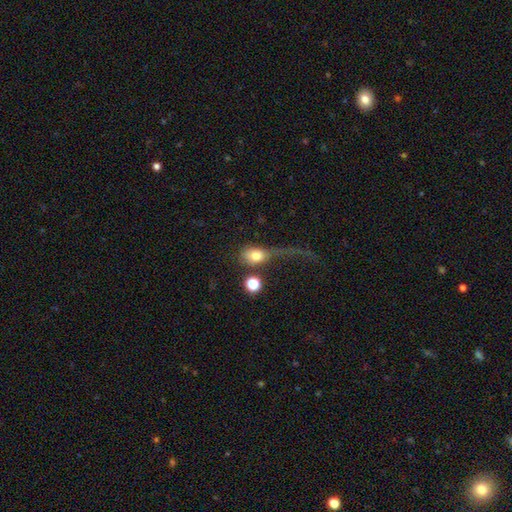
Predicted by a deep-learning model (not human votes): smooth 71%, featured or disk 18%, star or artifact 11%. Down the decision tree: how rounded — in between (61%); merging — major disturbance (46%).